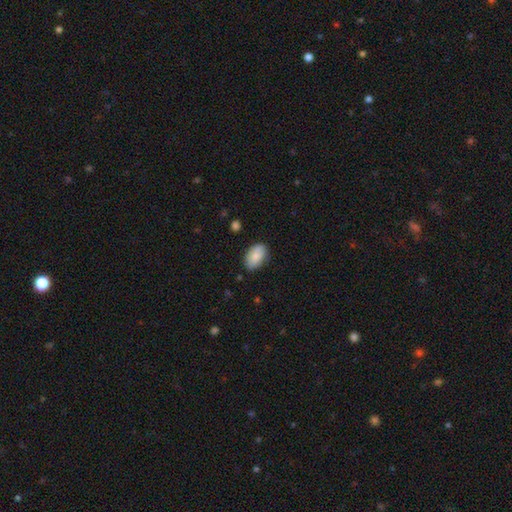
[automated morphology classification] Q: Smooth or featured?
A: smooth (86%); runner-up: featured or disk (8%)
Q: How rounded?
A: in between (92%); runner-up: round (6%)
Q: Merging?
A: none (78%); runner-up: minor disturbance (17%)